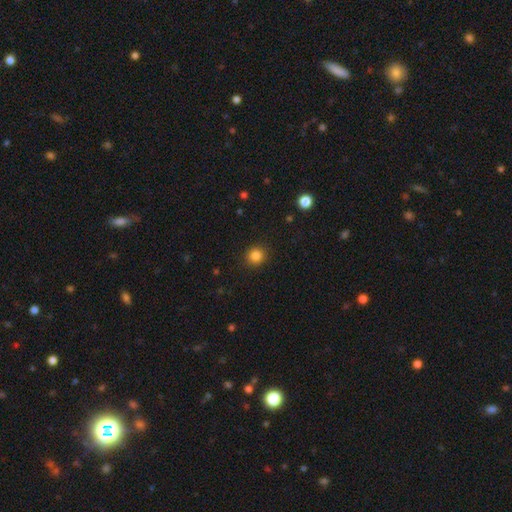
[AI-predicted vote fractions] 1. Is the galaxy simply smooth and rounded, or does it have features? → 84% smooth, 12% star or artifact, 4% featured or disk.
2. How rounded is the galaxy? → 89% round, 10% in between, 1% cigar-shaped.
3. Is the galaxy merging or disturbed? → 91% none, 6% minor disturbance, 2% major disturbance, 1% merger.